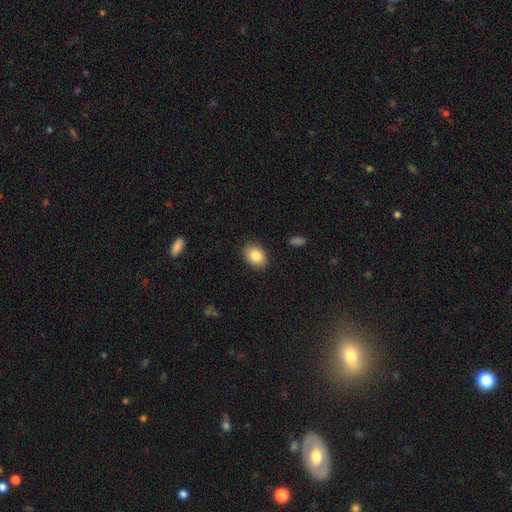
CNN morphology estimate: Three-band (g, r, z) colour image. It shows a smooth galaxy with no disk features (85%) that is in between round and cigar-shaped (75%). Merging: none (88%).